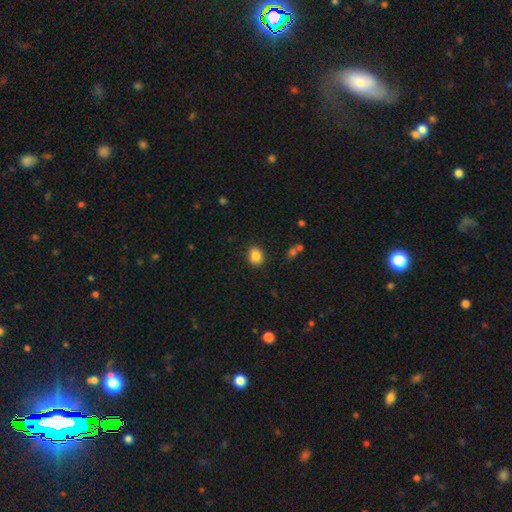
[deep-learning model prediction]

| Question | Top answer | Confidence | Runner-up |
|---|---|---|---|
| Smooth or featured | smooth | 86% | star or artifact (10%) |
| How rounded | round | 57% | in between (42%) |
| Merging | none | 87% | minor disturbance (9%) |